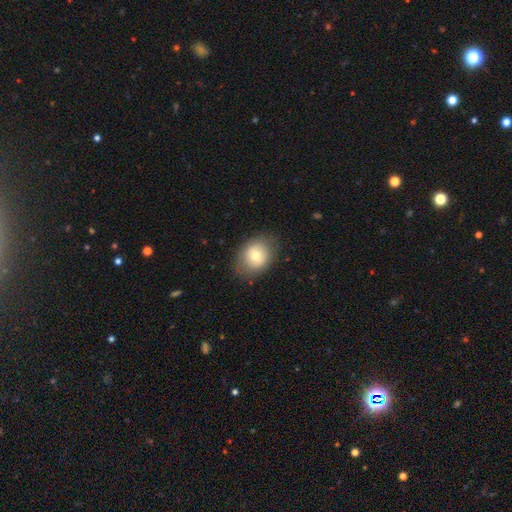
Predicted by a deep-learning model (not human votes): Smooth or featured?
  - smooth: 72% *
  - featured or disk: 20%
  - star or artifact: 8%
How rounded?
  - in between: 50% *
  - round: 49%
  - cigar-shaped: 1%
Merging?
  - none: 82% *
  - minor disturbance: 13%
  - major disturbance: 4%
  - merger: 1%